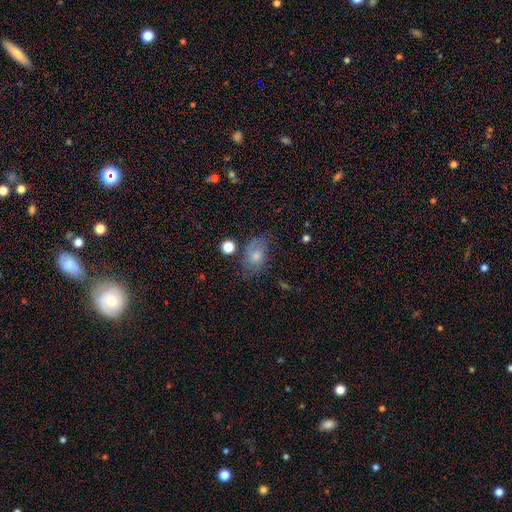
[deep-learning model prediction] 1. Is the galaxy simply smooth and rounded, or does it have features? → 44% featured or disk, 37% smooth, 18% star or artifact.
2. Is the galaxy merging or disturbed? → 64% none, 22% minor disturbance, 11% major disturbance, 4% merger.